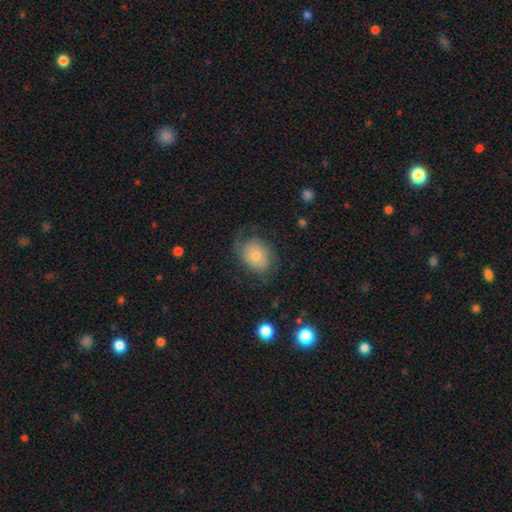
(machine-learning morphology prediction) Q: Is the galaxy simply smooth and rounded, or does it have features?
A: featured or disk — 51%.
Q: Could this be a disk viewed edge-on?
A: no — 96%.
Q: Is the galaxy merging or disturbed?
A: none — 56%.